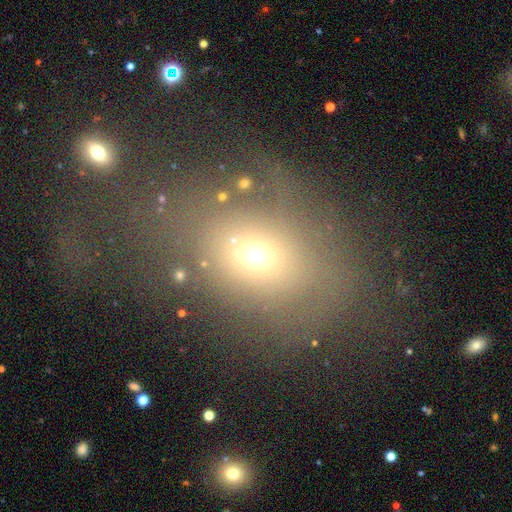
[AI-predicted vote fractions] smooth-or-featured: smooth: 60% | star or artifact: 21% | featured or disk: 19%
  how-rounded: in between: 49% (tied) | round: 49% (tied) | cigar-shaped: 2%
  merging: none: 48% | major disturbance: 25% | minor disturbance: 19% | merger: 8%